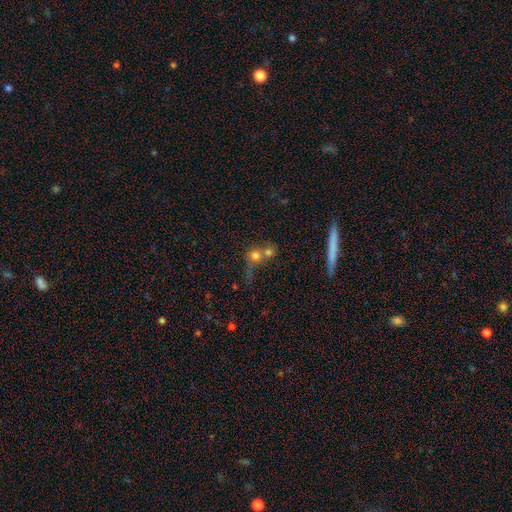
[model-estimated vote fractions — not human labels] Morphology: type=smooth (71%); roundness=round (84%); merging=merger (60%).